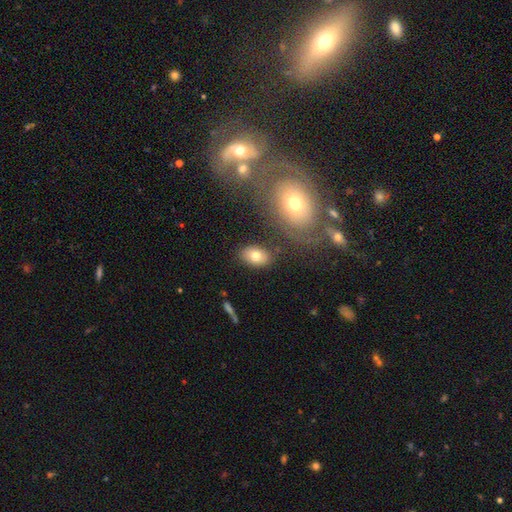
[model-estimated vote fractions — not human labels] Overall: smooth (76%). How rounded: in between (85%). Merging: none (80%).